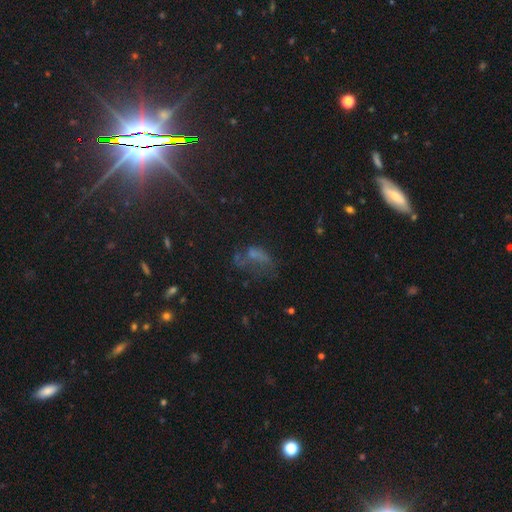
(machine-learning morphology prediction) smooth 39%, featured or disk 34%, star or artifact 27%. Down the decision tree: merging — major disturbance (41%).